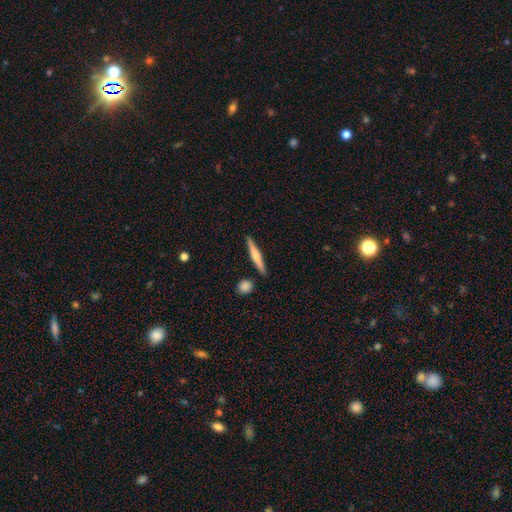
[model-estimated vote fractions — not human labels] smooth-or-featured: smooth: 54% | featured or disk: 40% | star or artifact: 6%
  how-rounded: cigar-shaped: 93% | in between: 5% | round: 2%
  merging: none: 88% | minor disturbance: 7% | merger: 3% | major disturbance: 2%